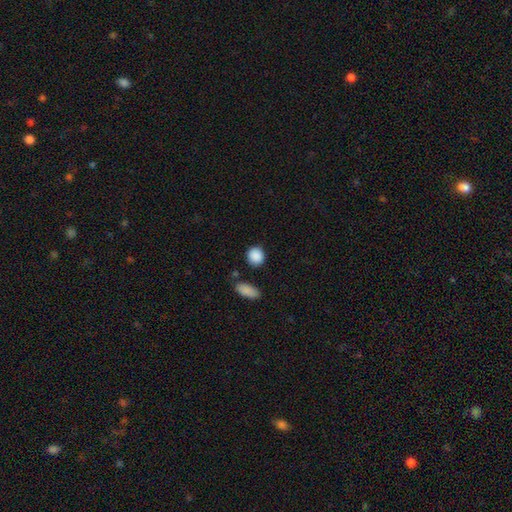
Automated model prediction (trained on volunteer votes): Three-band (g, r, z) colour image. It shows a smooth galaxy with no disk features (89%) that is round (80%). Merging: none (83%).